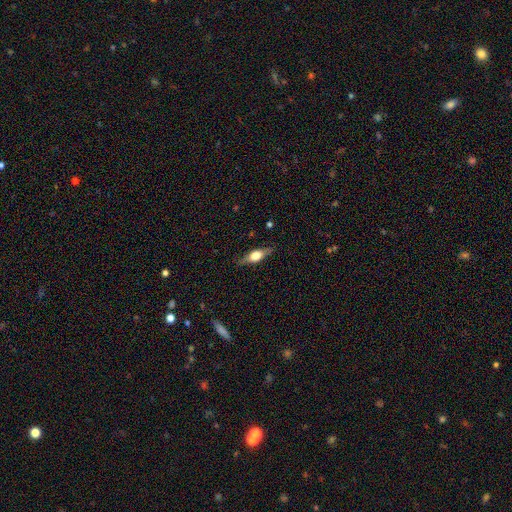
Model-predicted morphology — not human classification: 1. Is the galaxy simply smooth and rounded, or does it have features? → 52% featured or disk, 41% smooth, 7% star or artifact.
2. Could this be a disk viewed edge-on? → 91% yes, 9% no.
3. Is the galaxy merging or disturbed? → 82% none, 13% minor disturbance, 3% major disturbance, 1% merger.